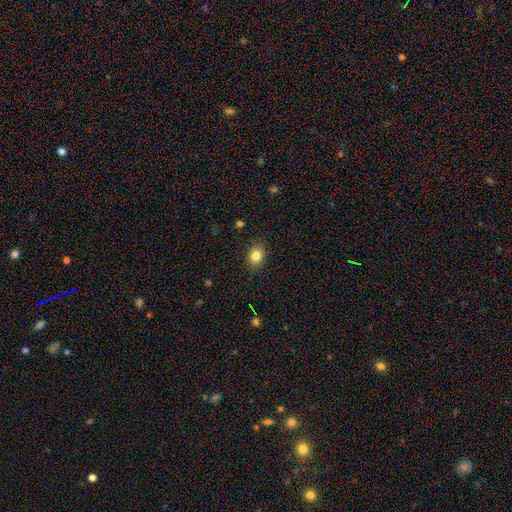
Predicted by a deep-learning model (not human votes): This is clearly a smooth galaxy (83%). How rounded: possibly in between (52%). Merging: clearly none (88%).